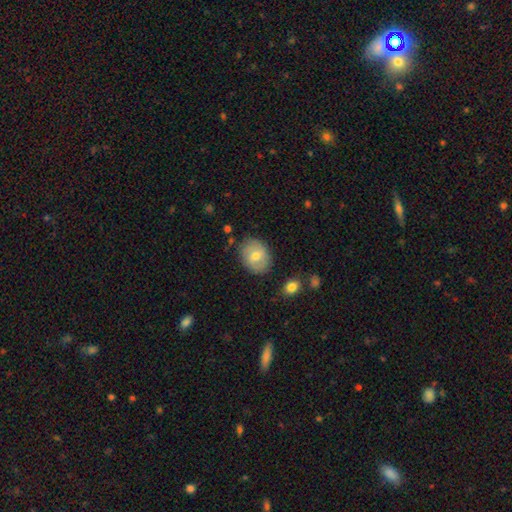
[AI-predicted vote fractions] smooth 61%, featured or disk 32%, star or artifact 7%. Down the decision tree: how rounded — in between (51%); merging — none (81%).